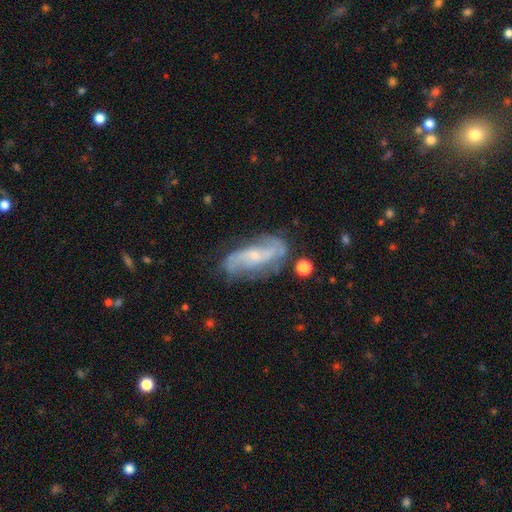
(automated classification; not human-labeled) Overall: featured or disk (78%). Edge-on disk: no (91%). Bar: no (48%; weak 36%). Spiral arms: yes (92%). Spiral arm count: 2 (77%). Spiral winding: loose (41%; medium 38%). Bulge size: small (70%). Merging: none (70%).